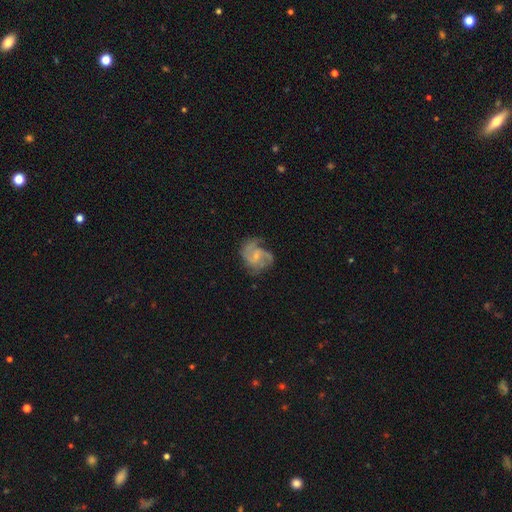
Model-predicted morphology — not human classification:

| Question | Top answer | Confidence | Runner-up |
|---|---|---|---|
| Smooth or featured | featured or disk | 80% | smooth (14%) |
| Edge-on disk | no | 98% | yes (2%) |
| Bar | no | 50% | weak (43%) |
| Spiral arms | yes | 94% | no (6%) |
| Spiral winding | medium | 51% | loose (24%) |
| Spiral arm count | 2 | 52% | 3 (22%) |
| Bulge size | small | 67% | moderate (25%) |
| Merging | none | 60% | minor disturbance (23%) |